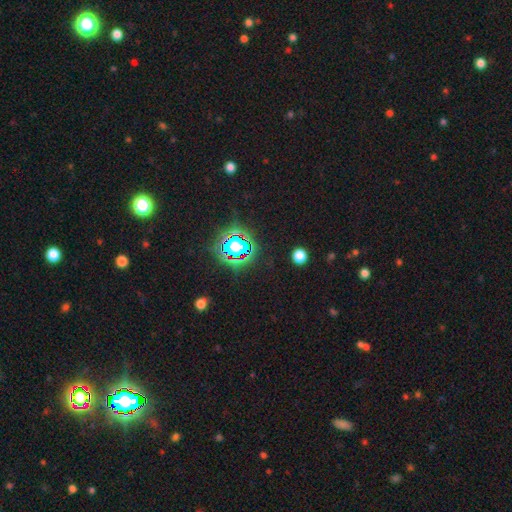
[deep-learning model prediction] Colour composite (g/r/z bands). It shows a star or artifact, not a galaxy (82%).